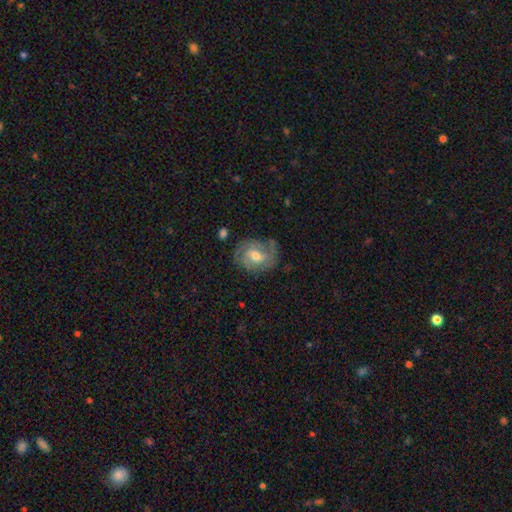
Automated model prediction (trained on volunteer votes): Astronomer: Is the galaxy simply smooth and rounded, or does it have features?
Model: featured or disk — 75%.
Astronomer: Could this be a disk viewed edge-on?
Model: no — 97%.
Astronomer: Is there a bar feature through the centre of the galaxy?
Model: weak — 49% (runner-up: no, 39%).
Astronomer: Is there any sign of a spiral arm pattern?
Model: yes — 90%.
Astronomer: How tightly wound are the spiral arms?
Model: tight — 55% (runner-up: medium, 35%).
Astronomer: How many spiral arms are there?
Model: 2 — 35% (runner-up: can't tell, 28%).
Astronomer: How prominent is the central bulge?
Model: moderate — 71%.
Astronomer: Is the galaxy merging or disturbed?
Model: none — 72%.